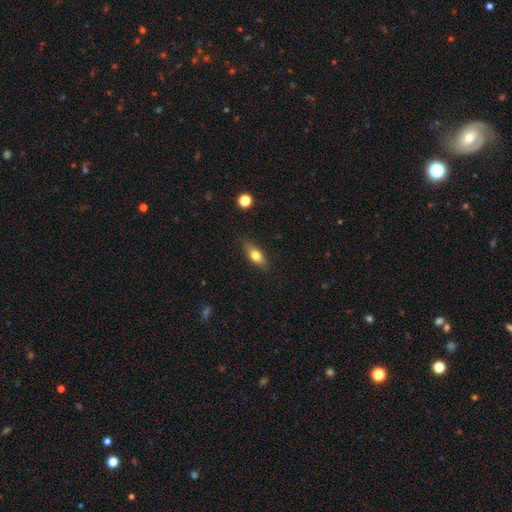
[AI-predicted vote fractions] Q: Smooth or featured?
A: smooth (69%); runner-up: featured or disk (23%)
Q: How rounded?
A: in between (68%); runner-up: cigar-shaped (25%)
Q: Merging?
A: none (82%); runner-up: minor disturbance (14%)